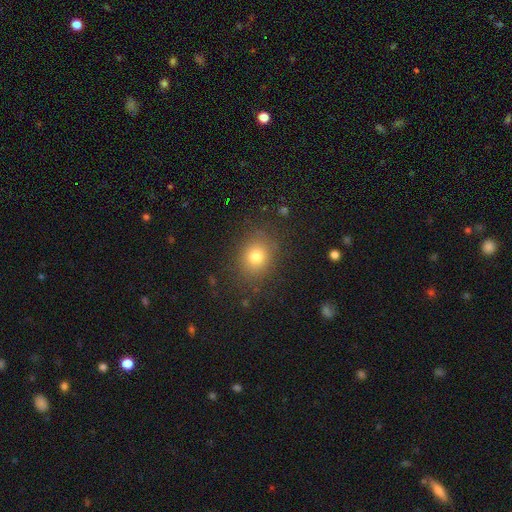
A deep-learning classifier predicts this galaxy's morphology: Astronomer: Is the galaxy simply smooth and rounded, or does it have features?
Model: smooth — 77%.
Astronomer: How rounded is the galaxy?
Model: round — 68%.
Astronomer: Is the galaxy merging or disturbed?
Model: none — 85%.